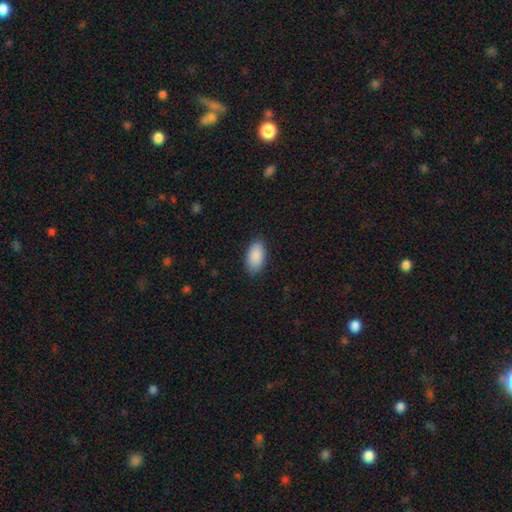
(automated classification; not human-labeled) Morphology: type=smooth (89%); roundness=in between (94%); merging=none (85%).